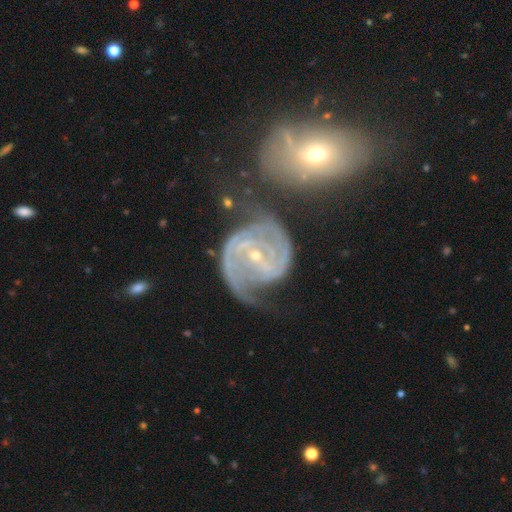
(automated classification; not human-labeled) Smooth or featured? featured or disk (90%)
Edge-on disk? no (97%)
Bar? weak (41%)
Spiral arms? yes (97%)
Spiral winding? tight (47%)
Spiral arm count? 2 (61%)
Bulge size? small (78%)
Merging? none (38%)